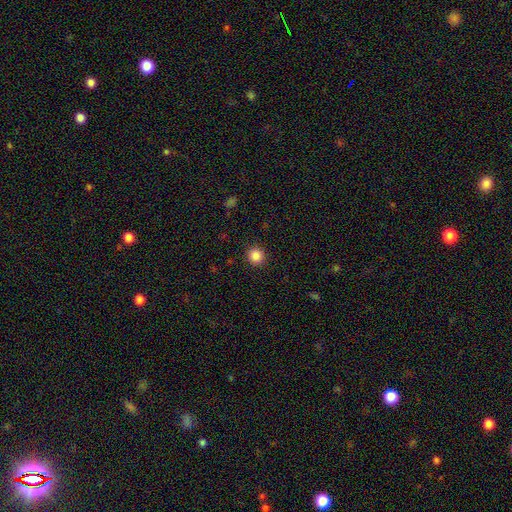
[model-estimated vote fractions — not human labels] Smooth or featured? Predicted: smooth (p=0.86). How rounded? Predicted: round (p=0.94). Merging? Predicted: none (p=0.92).